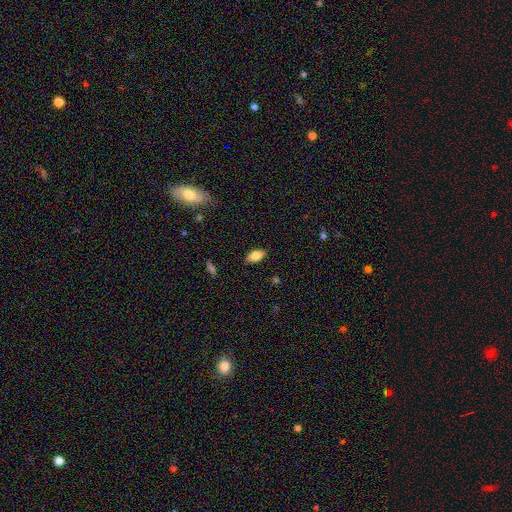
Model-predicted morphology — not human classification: Smooth or featured?
  - smooth: 82% *
  - featured or disk: 10%
  - star or artifact: 8%
How rounded?
  - in between: 91% *
  - cigar-shaped: 6%
  - round: 3%
Merging?
  - none: 87% *
  - minor disturbance: 10%
  - major disturbance: 2%
  - merger: 1%